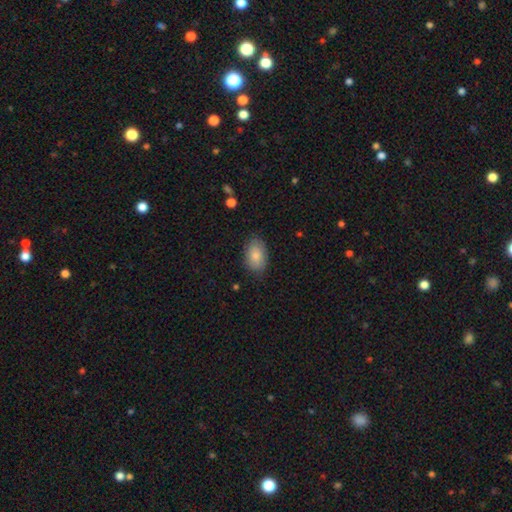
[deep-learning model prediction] Smooth or featured: smooth — 83% (featured or disk — 11%)
How rounded: in between — 90% (round — 8%)
Merging: none — 79% (minor disturbance — 16%)